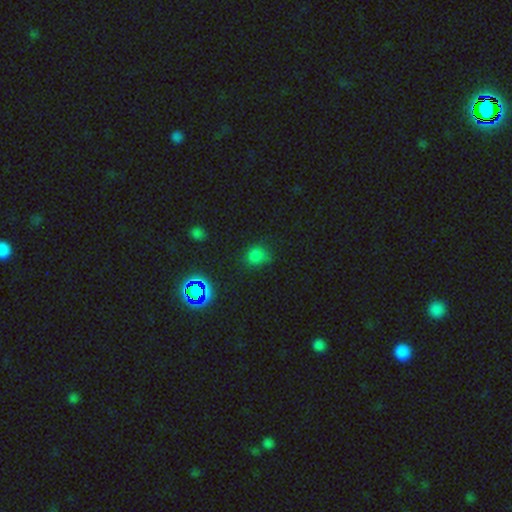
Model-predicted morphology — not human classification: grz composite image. It shows a smooth galaxy with no disk features (67%) that is round (81%). Merging: none (75%).